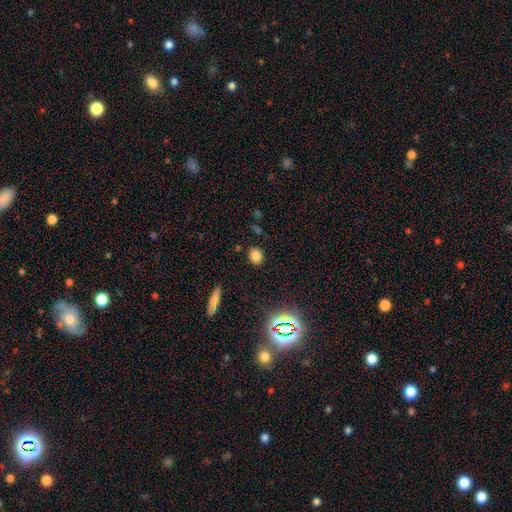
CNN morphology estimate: smooth-or-featured: smooth: 78% | star or artifact: 15% | featured or disk: 6%
  how-rounded: round: 56% | in between: 42% | cigar-shaped: 2%
  merging: none: 87% | minor disturbance: 8% | major disturbance: 3% | merger: 2%